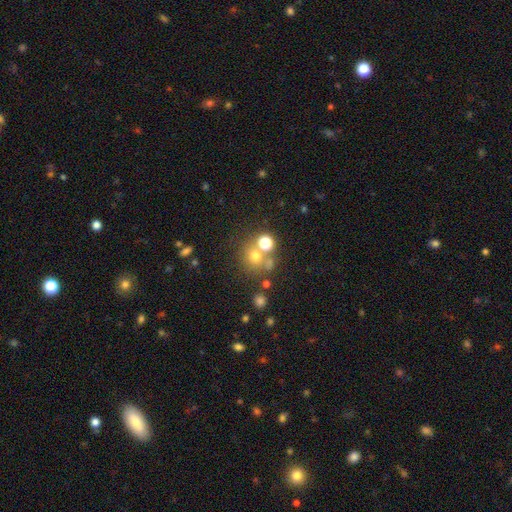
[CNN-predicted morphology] Smooth or featured? smooth (62%)
How rounded? round (85%)
Merging? none (58%)